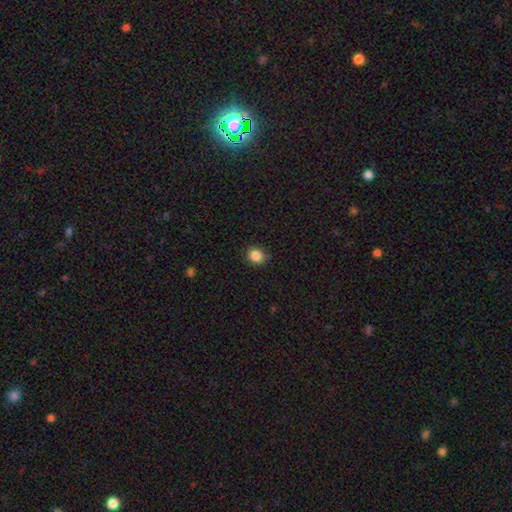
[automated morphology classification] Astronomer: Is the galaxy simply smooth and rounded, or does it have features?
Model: smooth — 85%.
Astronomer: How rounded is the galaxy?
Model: round — 74%.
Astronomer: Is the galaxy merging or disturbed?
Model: none — 83%.